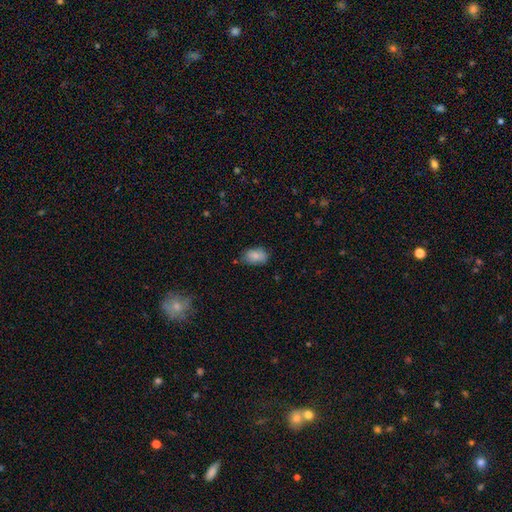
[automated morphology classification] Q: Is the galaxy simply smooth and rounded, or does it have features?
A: smooth — 82%.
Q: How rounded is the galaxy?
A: in between — 89%.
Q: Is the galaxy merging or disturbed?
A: none — 67%.